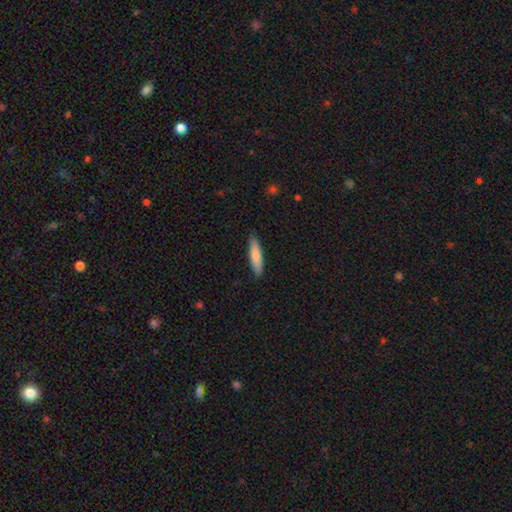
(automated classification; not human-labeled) smooth_or_featured: smooth (p=0.80) [alt: featured or disk p=0.14]
how_rounded: cigar-shaped (p=0.74) [alt: in between p=0.25]
merging: none (p=0.88) [alt: minor disturbance p=0.09]